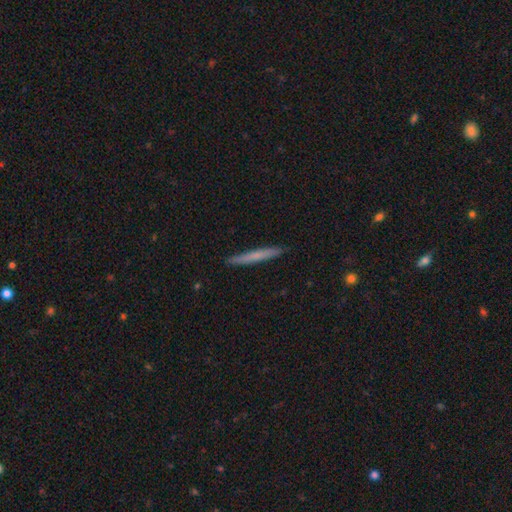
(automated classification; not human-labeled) Smooth or featured? smooth (60%)
How rounded? cigar-shaped (96%)
Merging? none (91%)